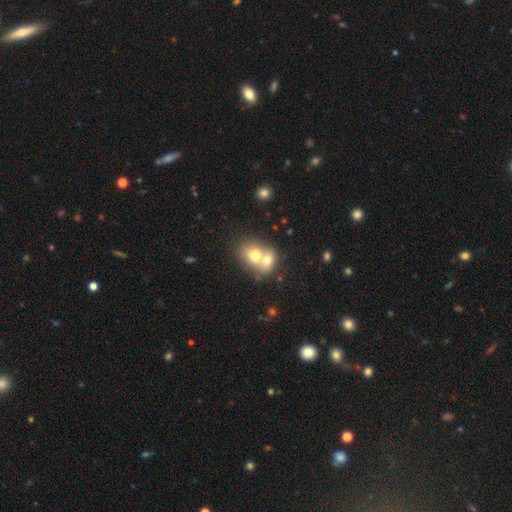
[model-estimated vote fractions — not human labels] smooth 69%, featured or disk 22%, star or artifact 9%. Down the decision tree: how rounded — round (50%); merging — merger (70%).